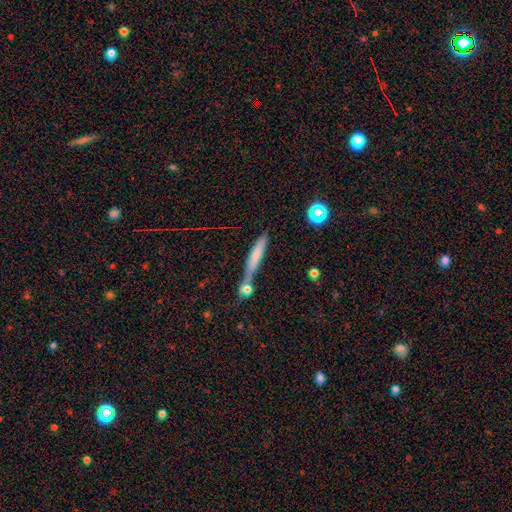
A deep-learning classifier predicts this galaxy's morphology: type=smooth (59%); roundness=cigar-shaped (90%); merging=none (64%).